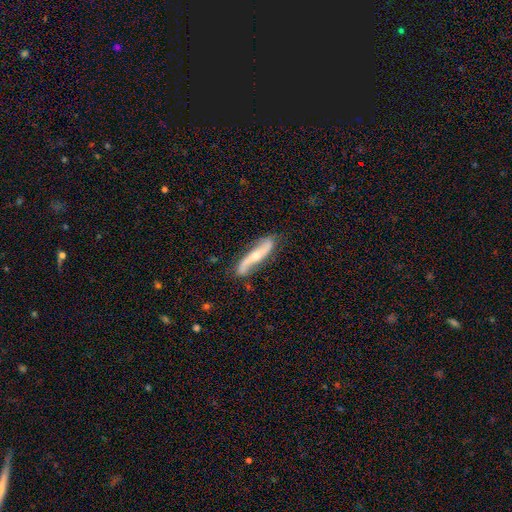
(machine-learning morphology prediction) type=featured or disk (73%); edge-on=no (67%); merging=none (75%).